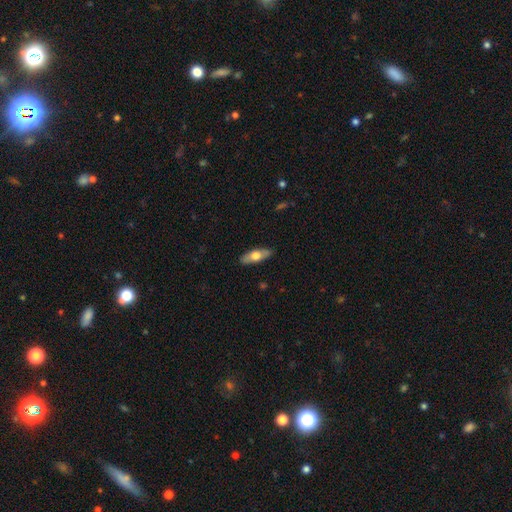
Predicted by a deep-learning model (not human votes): This appears to be a smooth galaxy with no disk features (61%) that is in between round and cigar-shaped (62%). Merging: none (88%).